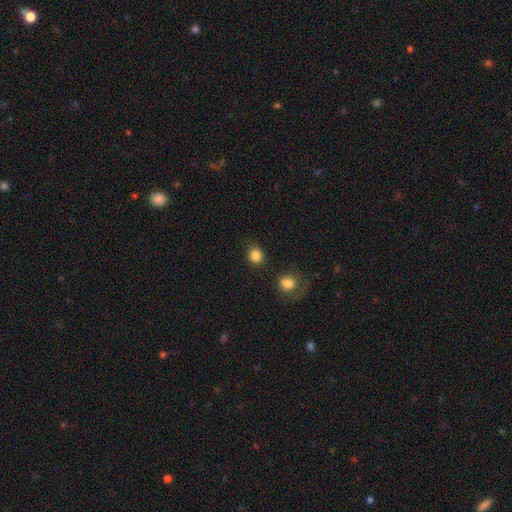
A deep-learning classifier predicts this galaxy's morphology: A smooth galaxy with no disk features (85%) that is round (79%).

Vote fractions:
- Smooth or featured? smooth: 85% / star or artifact: 11% / featured or disk: 4%
- How rounded? round: 79% / in between: 20% / cigar-shaped: 1%
- Merging? none: 80% / minor disturbance: 10% / merger: 6% / major disturbance: 4%